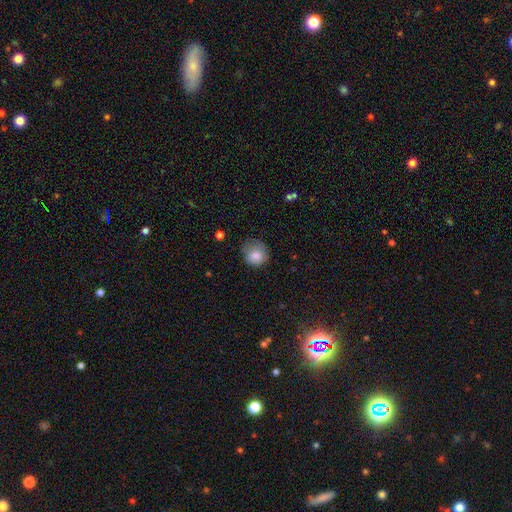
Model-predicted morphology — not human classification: A smooth galaxy with no disk features (80%) that is round (83%).

Vote fractions:
- Smooth or featured? smooth: 80% / featured or disk: 10% / star or artifact: 9%
- How rounded? round: 83% / in between: 16% / cigar-shaped: 1%
- Merging? none: 60% / minor disturbance: 28% / major disturbance: 10% / merger: 2%